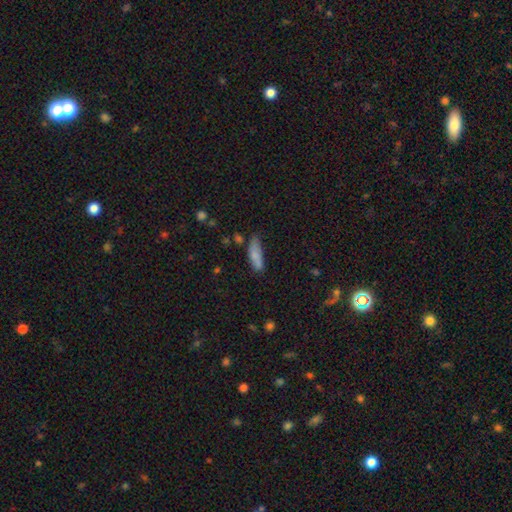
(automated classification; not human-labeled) This is clearly a smooth galaxy (80%). How rounded: possibly in between (54%). Merging: possibly none (54%).